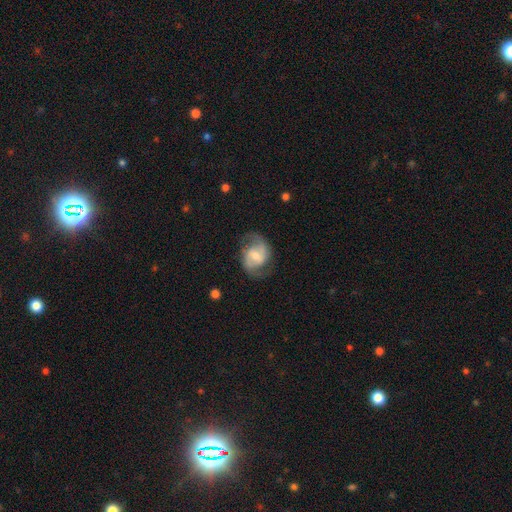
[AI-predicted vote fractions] Smooth or featured: featured or disk — 76% (smooth — 18%)
Edge-on disk: no — 97% (yes — 3%)
Bar: weak — 49% (no — 33%)
Spiral arms: yes — 92% (no — 8%)
Spiral winding: medium — 52% (loose — 30%)
Spiral arm count: 2 — 89% (can't tell — 6%)
Bulge size: moderate — 49% (small — 40%)
Merging: none — 71% (minor disturbance — 17%)